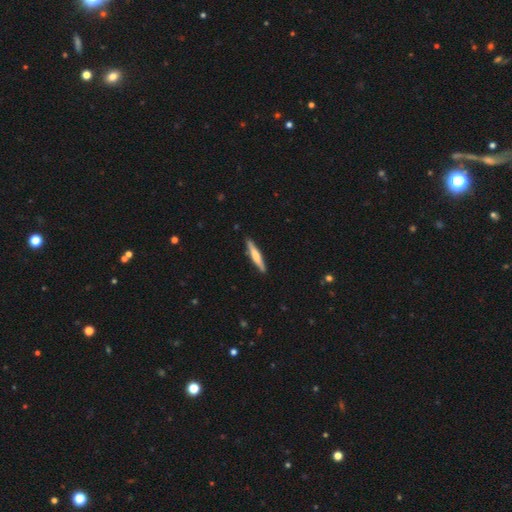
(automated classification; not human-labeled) A smooth galaxy with no disk features (49%).

Vote fractions:
- Smooth or featured? smooth: 49% / featured or disk: 46% / star or artifact: 5%
- Merging? none: 90% / minor disturbance: 7% / major disturbance: 1% / merger: 1%